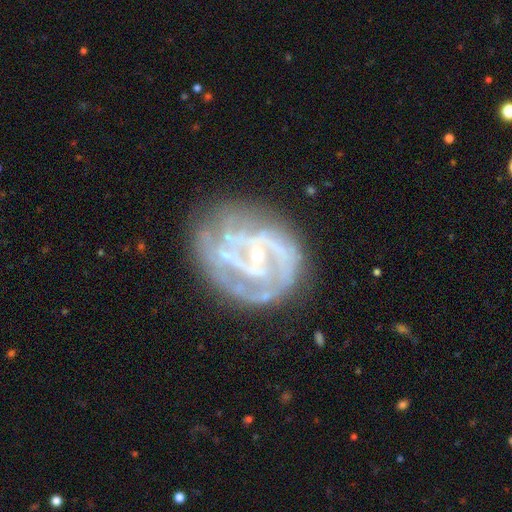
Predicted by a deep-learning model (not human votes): This is clearly a featured or disk galaxy (85%). It is clearly not viewed edge-on (98%). Bar: marginally weak (40%). Spiral arm pattern: clearly yes (87%). Spiral arm count: marginally 2 (36%). Spiral winding: possibly tight (49%). Central bulge: likely small (76%). Merging: possibly none (59%).